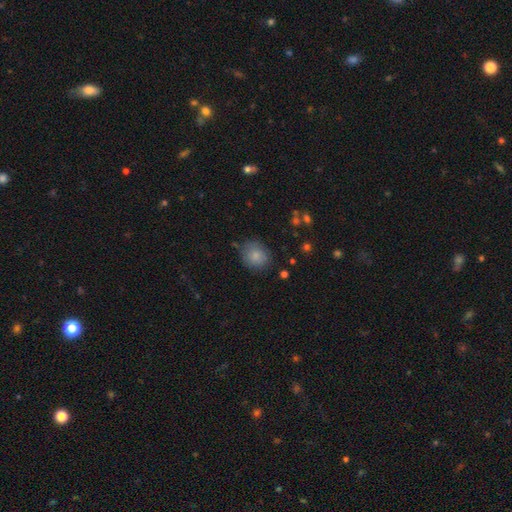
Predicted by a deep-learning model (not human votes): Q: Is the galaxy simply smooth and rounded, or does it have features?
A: smooth — 83%.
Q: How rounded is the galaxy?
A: round — 74%.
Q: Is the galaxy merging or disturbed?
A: none — 77%.